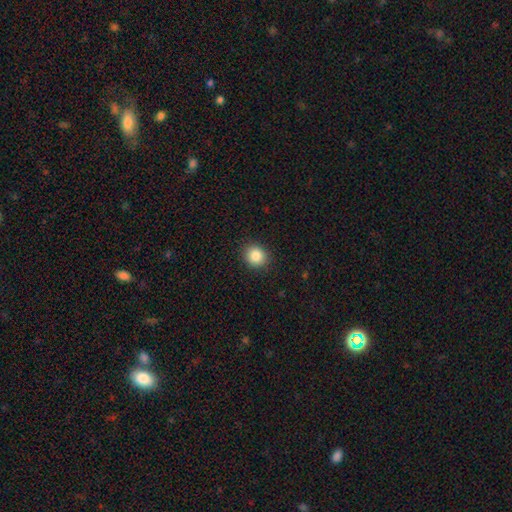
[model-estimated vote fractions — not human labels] smooth_or_featured: smooth (p=0.87) [alt: star or artifact p=0.09]
how_rounded: round (p=0.79) [alt: in between p=0.20]
merging: none (p=0.90) [alt: minor disturbance p=0.07]